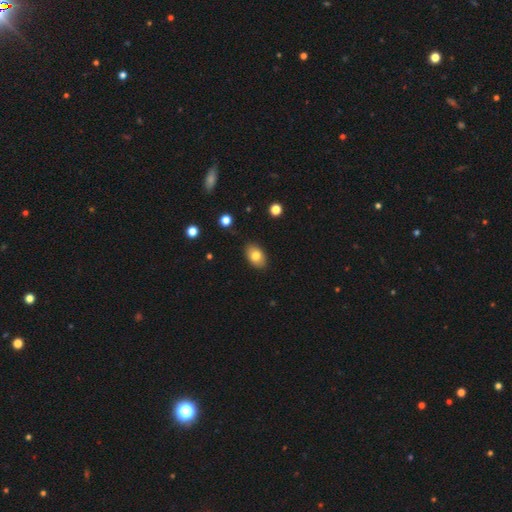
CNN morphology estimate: Smooth or featured? Predicted: smooth (p=0.79). How rounded? Predicted: in between (p=0.87). Merging? Predicted: none (p=0.87).